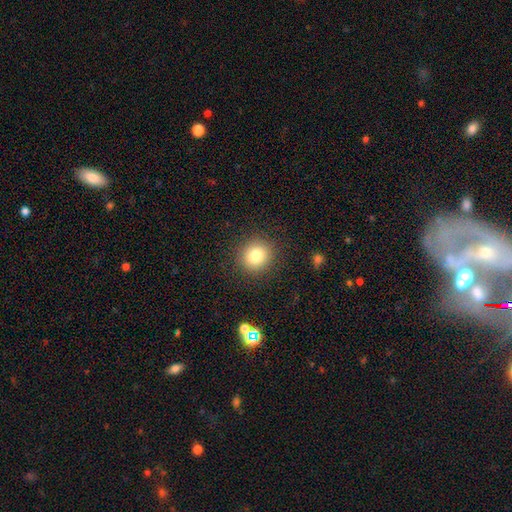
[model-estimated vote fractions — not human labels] smooth-or-featured: smooth: 80% | star or artifact: 12% | featured or disk: 8%
  how-rounded: round: 89% | in between: 10% | cigar-shaped: 1%
  merging: none: 89% | minor disturbance: 7% | major disturbance: 3% | merger: 1%